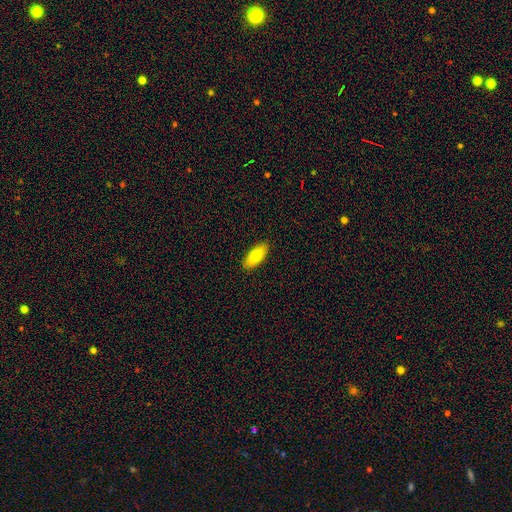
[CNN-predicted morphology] A smooth galaxy with no disk features (76%) that is in between round and cigar-shaped (86%).

Vote fractions:
- Smooth or featured? smooth: 76% / featured or disk: 18% / star or artifact: 7%
- How rounded? in between: 86% / cigar-shaped: 12% / round: 3%
- Merging? none: 90% / minor disturbance: 8% / major disturbance: 2% / merger: 1%